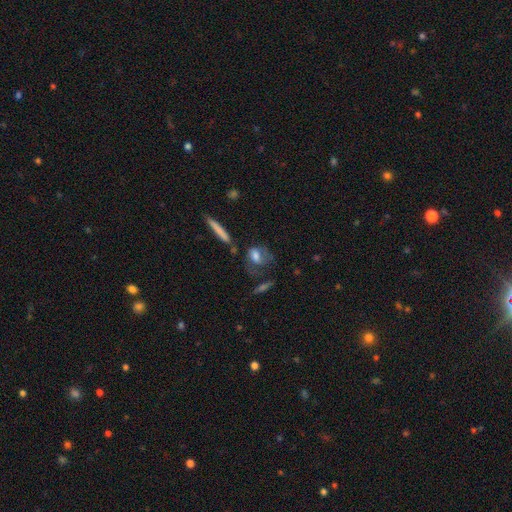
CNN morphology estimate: A smooth galaxy with no disk features (55%) that is in between round and cigar-shaped (61%). Merging: none (46%).